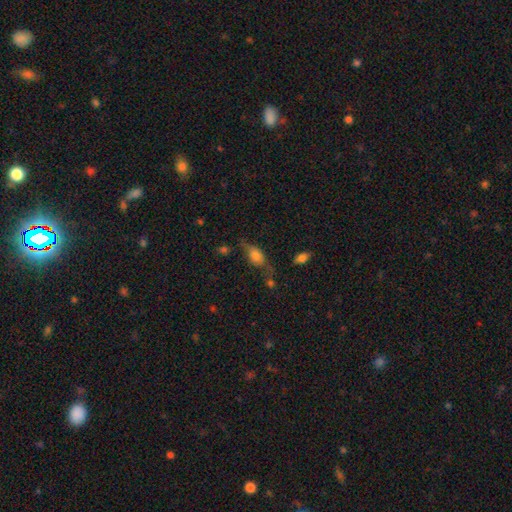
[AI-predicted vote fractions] A smooth galaxy with no disk features (65%) that is in between round and cigar-shaped (79%).

Vote fractions:
- Smooth or featured? smooth: 65% / featured or disk: 24% / star or artifact: 11%
- How rounded? in between: 79% / cigar-shaped: 12% / round: 9%
- Merging? none: 47% / minor disturbance: 27% / major disturbance: 17% / merger: 9%